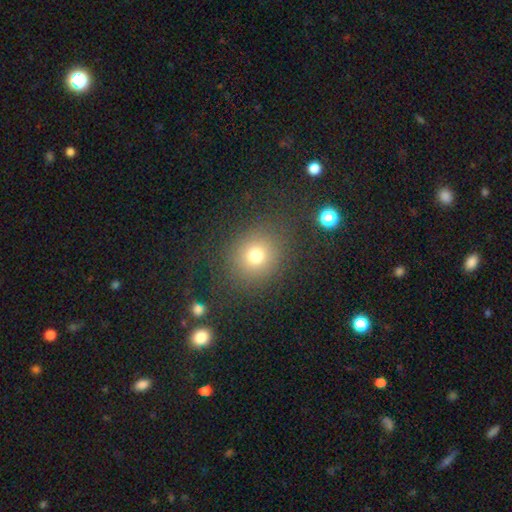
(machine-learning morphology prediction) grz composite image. It shows a smooth galaxy with no disk features (74%) that is round (81%). Merging: none (83%).